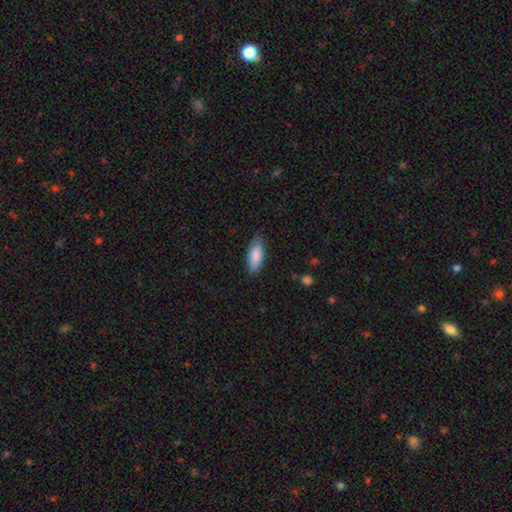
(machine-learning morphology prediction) The model was most divided on "how rounded": in between: 75%, cigar-shaped: 23%, round: 2%. More confident: smooth or featured — smooth (88%); merging — none (82%).